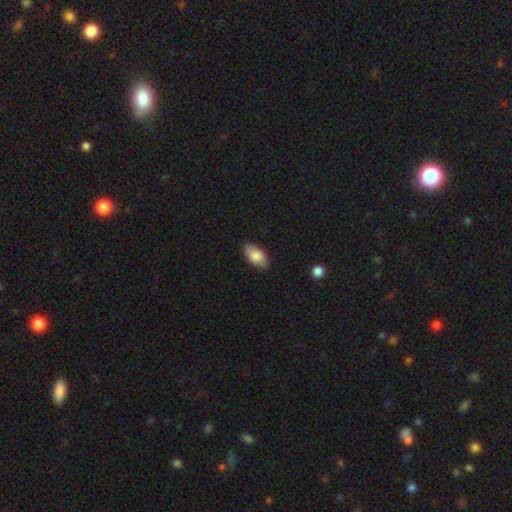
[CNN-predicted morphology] smooth_or_featured: smooth (p=0.85) [alt: featured or disk p=0.09]
how_rounded: in between (p=0.94) [alt: round p=0.04]
merging: none (p=0.84) [alt: minor disturbance p=0.12]